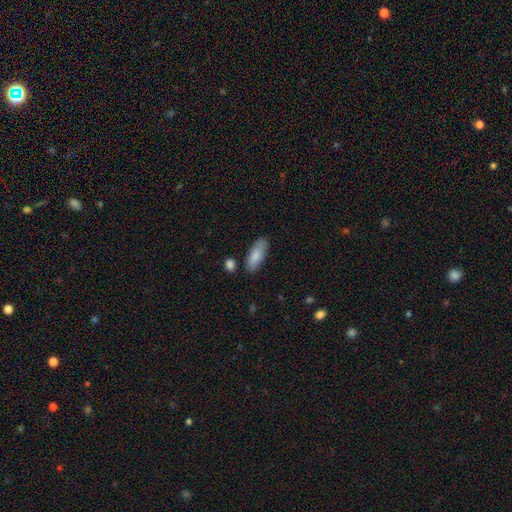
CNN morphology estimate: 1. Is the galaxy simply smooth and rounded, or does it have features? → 84% smooth, 10% featured or disk, 6% star or artifact.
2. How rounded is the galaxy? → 72% in between, 26% cigar-shaped, 2% round.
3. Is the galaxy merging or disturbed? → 80% none, 14% minor disturbance, 4% merger, 3% major disturbance.